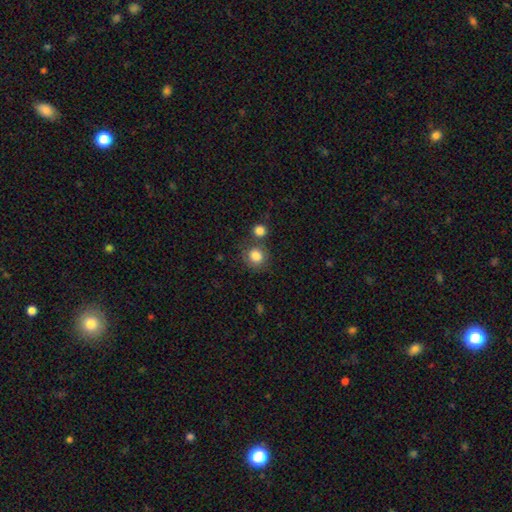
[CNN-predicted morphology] smooth-or-featured: smooth: 84% | star or artifact: 9% | featured or disk: 7%
  how-rounded: round: 85% | in between: 14% | cigar-shaped: 1%
  merging: none: 69% | merger: 16% | minor disturbance: 11% | major disturbance: 4%